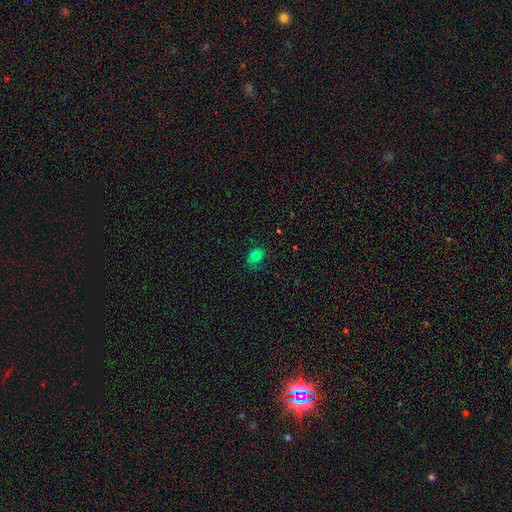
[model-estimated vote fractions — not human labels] Smooth or featured? Predicted: smooth (p=0.78). How rounded? Predicted: in between (p=0.52). Merging? Predicted: none (p=0.65).